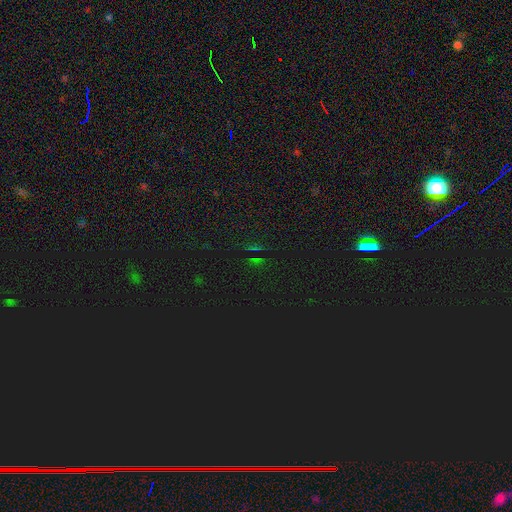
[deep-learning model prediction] This appears to be a star or artifact, not a galaxy (69%).